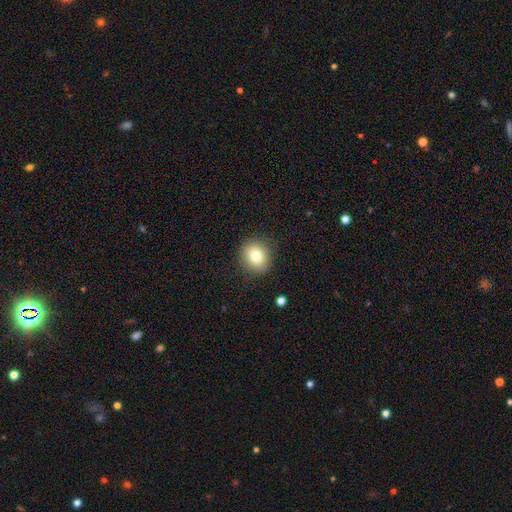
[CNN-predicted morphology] A smooth galaxy with no disk features (79%) that is round (78%).

Vote fractions:
- Smooth or featured? smooth: 79% / featured or disk: 12% / star or artifact: 10%
- How rounded? round: 78% / in between: 21% / cigar-shaped: 1%
- Merging? none: 86% / minor disturbance: 10% / major disturbance: 3% / merger: 1%